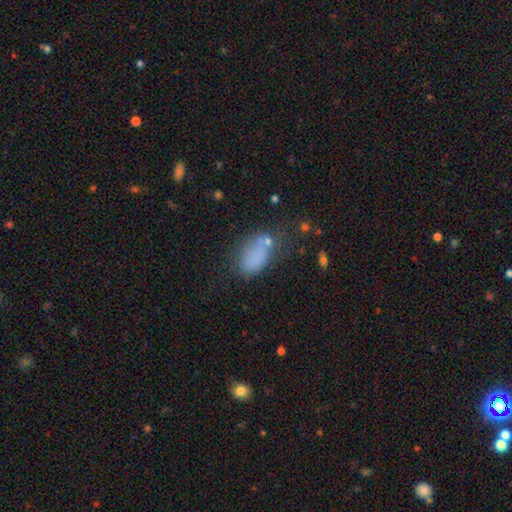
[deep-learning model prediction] The model was most divided on "merging": none: 44%, minor disturbance: 26%, major disturbance: 19%, merger: 12%. More confident: how rounded — in between (89%); smooth or featured — smooth (73%).